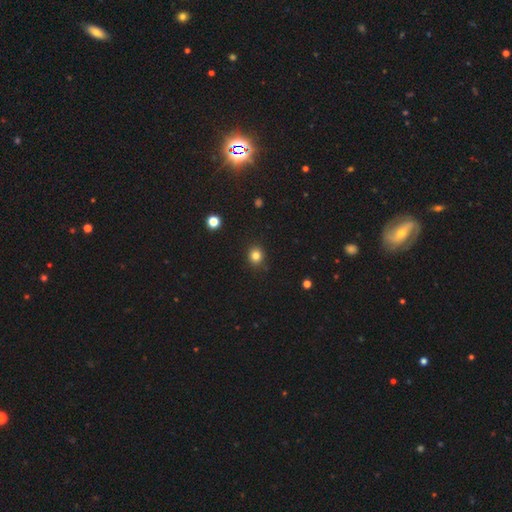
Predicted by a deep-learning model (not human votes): smooth_or_featured: smooth (p=0.82) [alt: star or artifact p=0.13]
how_rounded: round (p=0.84) [alt: in between p=0.15]
merging: none (p=0.89) [alt: minor disturbance p=0.07]